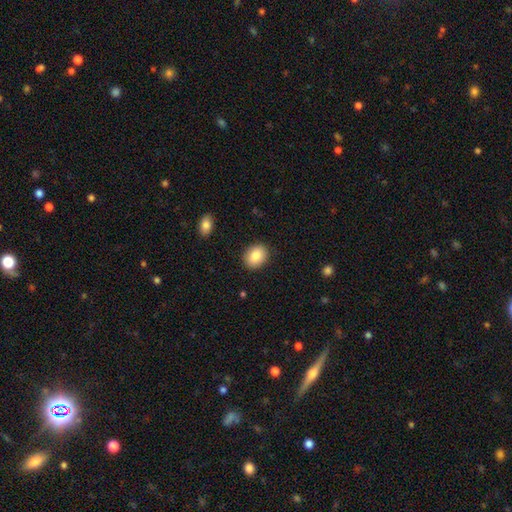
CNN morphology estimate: Smooth or featured?
  - smooth: 85% *
  - featured or disk: 8%
  - star or artifact: 8%
How rounded?
  - in between: 57% *
  - round: 42%
  - cigar-shaped: 1%
Merging?
  - none: 89% *
  - minor disturbance: 8%
  - major disturbance: 2%
  - merger: 1%